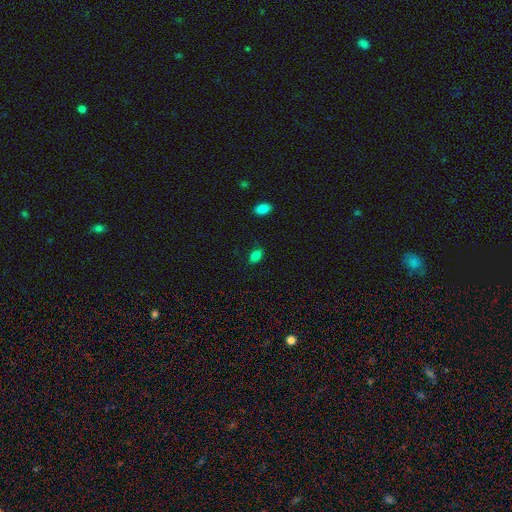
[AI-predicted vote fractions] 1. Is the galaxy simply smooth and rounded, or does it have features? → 83% smooth, 11% star or artifact, 5% featured or disk.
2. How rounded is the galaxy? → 89% in between, 8% round, 3% cigar-shaped.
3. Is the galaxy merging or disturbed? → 79% none, 15% minor disturbance, 4% major disturbance, 2% merger.